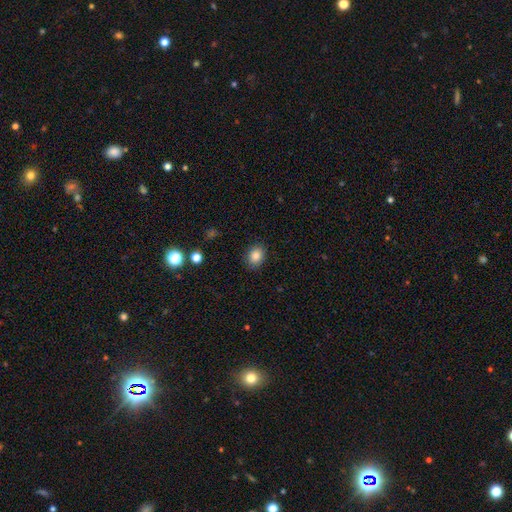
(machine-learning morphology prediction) A smooth galaxy with no disk features (84%) that is in between round and cigar-shaped (55%). Merging: none (87%).